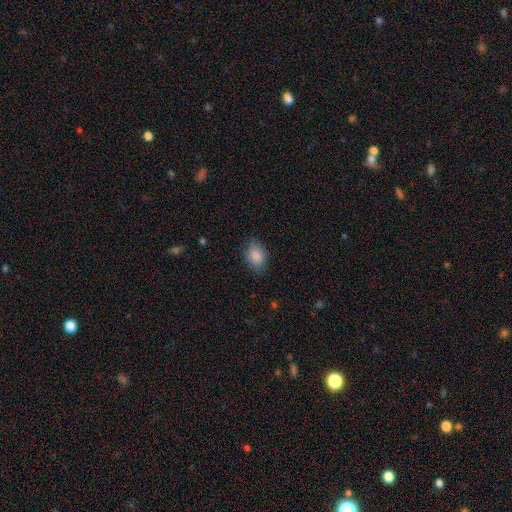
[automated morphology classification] type=smooth (88%); roundness=in between (76%); merging=none (78%).